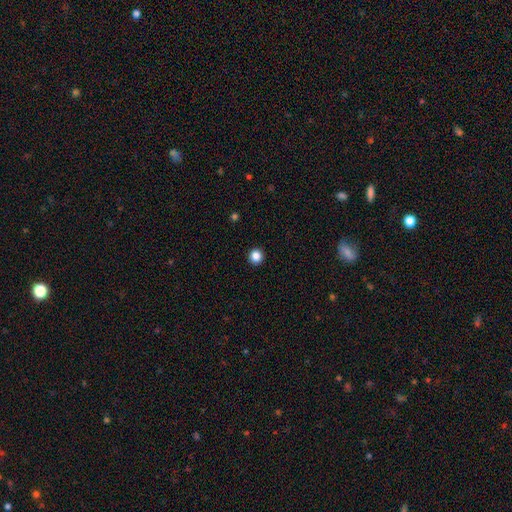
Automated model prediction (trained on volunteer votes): Smooth or featured: smooth — 85% (star or artifact — 11%)
How rounded: round — 94% (in between — 5%)
Merging: none — 94% (minor disturbance — 4%)